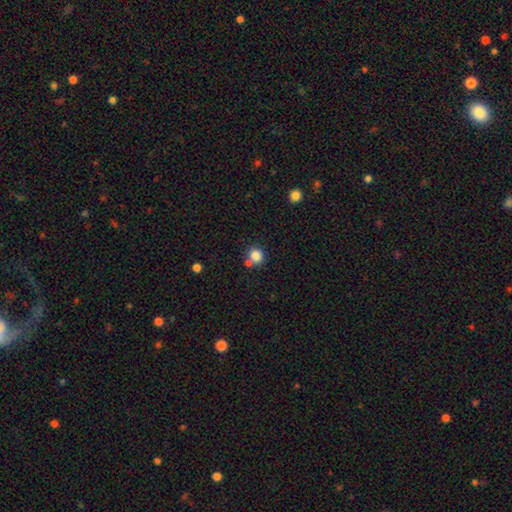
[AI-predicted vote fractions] Smooth or featured?
  - smooth: 84% *
  - star or artifact: 11%
  - featured or disk: 5%
How rounded?
  - round: 81% *
  - in between: 19%
  - cigar-shaped: 1%
Merging?
  - none: 63% *
  - merger: 23%
  - minor disturbance: 11%
  - major disturbance: 4%